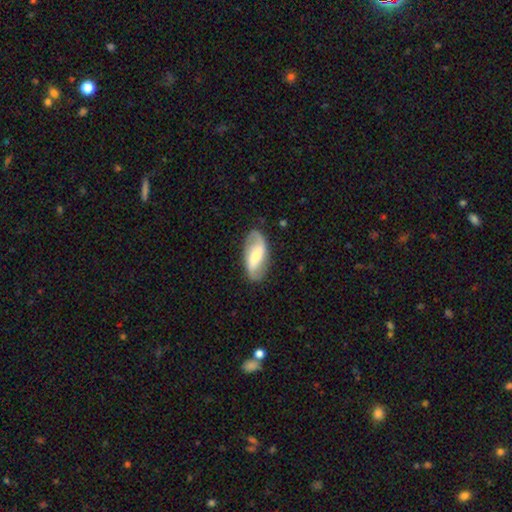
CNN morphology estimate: Smooth or featured? Predicted: featured or disk (p=0.73). Edge-on disk? Predicted: no (p=0.95). Bar? Predicted: weak (p=0.41). Spiral arms? Predicted: yes (p=0.90). Spiral winding? Predicted: loose (p=0.66). Spiral arm count? Predicted: 2 (p=0.89). Bulge size? Predicted: moderate (p=0.45). Merging? Predicted: none (p=0.81).